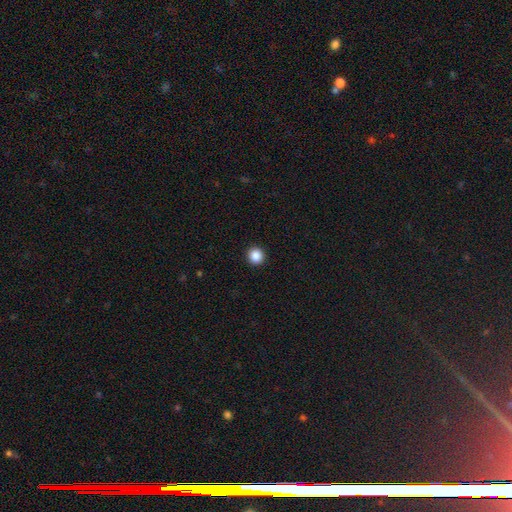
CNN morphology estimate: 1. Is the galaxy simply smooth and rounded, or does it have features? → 88% smooth, 10% star or artifact, 3% featured or disk.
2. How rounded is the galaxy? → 93% round, 6% in between, 1% cigar-shaped.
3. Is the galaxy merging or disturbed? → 93% none, 4% minor disturbance, 1% major disturbance, 1% merger.